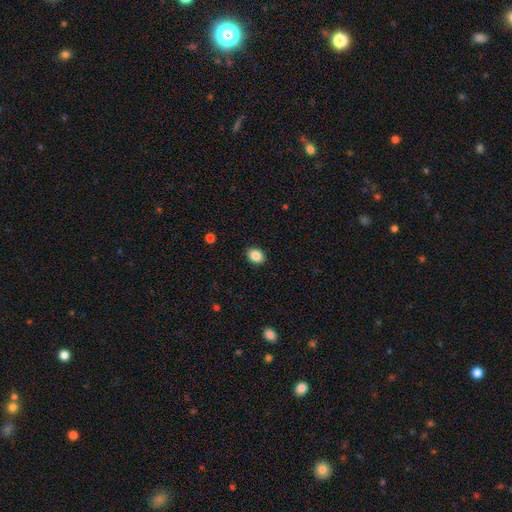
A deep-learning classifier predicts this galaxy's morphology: Q: Smooth or featured?
A: smooth (87%); runner-up: star or artifact (9%)
Q: How rounded?
A: in between (68%); runner-up: round (31%)
Q: Merging?
A: none (89%); runner-up: minor disturbance (8%)